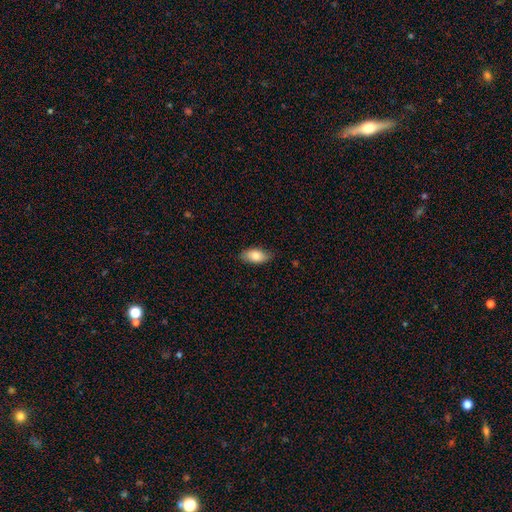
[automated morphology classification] type=smooth (81%); roundness=in between (91%); merging=none (80%).